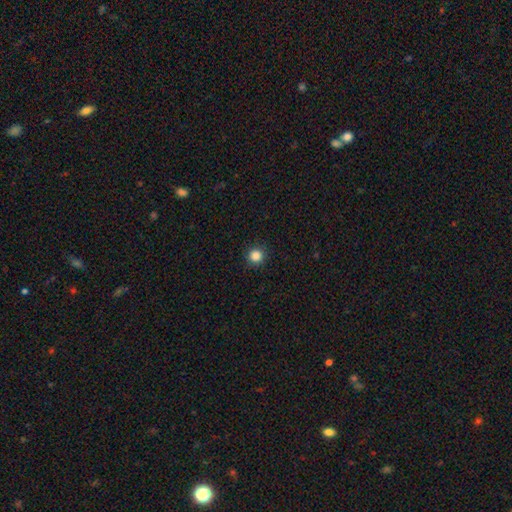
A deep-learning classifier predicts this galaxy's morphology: type=smooth (85%); roundness=round (94%); merging=none (91%).